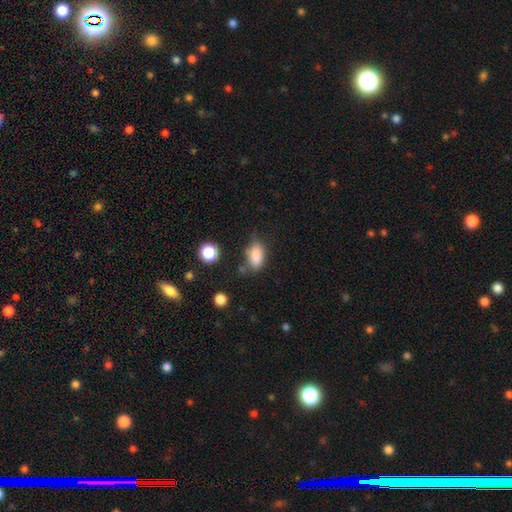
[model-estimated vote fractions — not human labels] smooth-or-featured: smooth: 85% | star or artifact: 9% | featured or disk: 6%
  how-rounded: in between: 88% | round: 8% | cigar-shaped: 4%
  merging: none: 58% | minor disturbance: 28% | major disturbance: 8% | merger: 6%